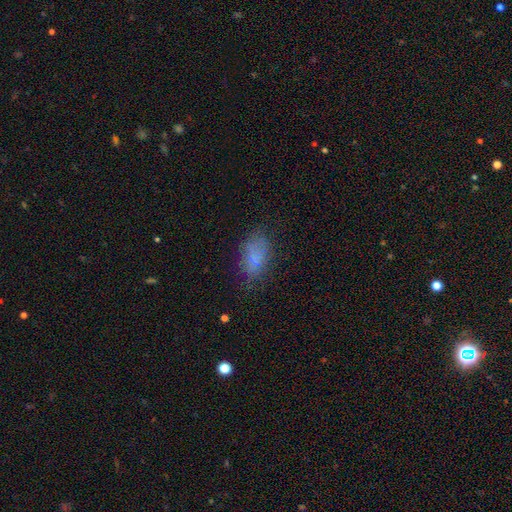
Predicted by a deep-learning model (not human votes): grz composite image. It shows a smooth galaxy with no disk features (76%) that is in between round and cigar-shaped (90%). Merging: none (65%).